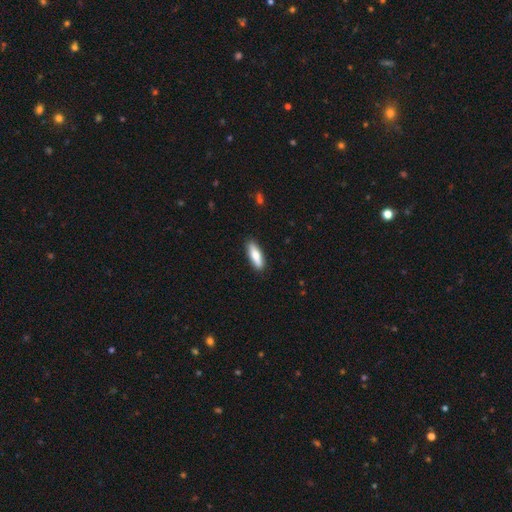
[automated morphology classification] Q: Smooth or featured?
A: smooth (78%); runner-up: featured or disk (17%)
Q: How rounded?
A: in between (50%); runner-up: cigar-shaped (48%)
Q: Merging?
A: none (89%); runner-up: minor disturbance (9%)